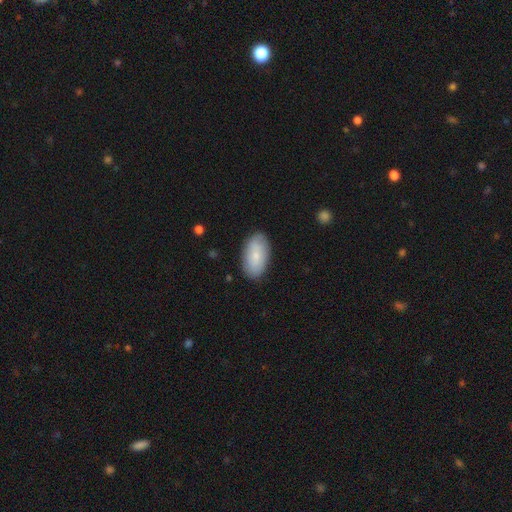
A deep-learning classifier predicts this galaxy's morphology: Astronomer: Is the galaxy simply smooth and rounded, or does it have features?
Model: smooth — 75%.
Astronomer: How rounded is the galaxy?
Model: in between — 94%.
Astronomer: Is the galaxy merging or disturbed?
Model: none — 86%.